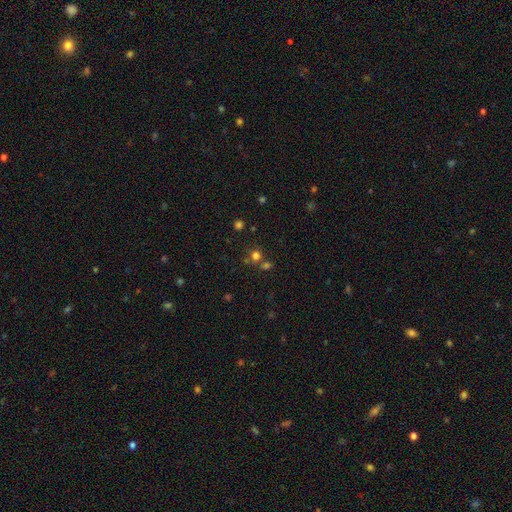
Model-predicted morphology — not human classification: Smooth or featured?
  - smooth: 67% *
  - star or artifact: 25%
  - featured or disk: 8%
How rounded?
  - round: 85% *
  - in between: 14%
  - cigar-shaped: 1%
Merging?
  - none: 62% *
  - merger: 26%
  - minor disturbance: 8%
  - major disturbance: 4%